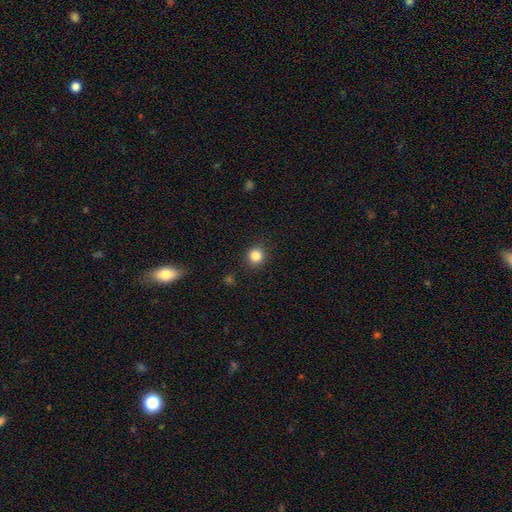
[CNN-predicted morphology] Overall: smooth (84%). How rounded: round (90%). Merging: none (90%).